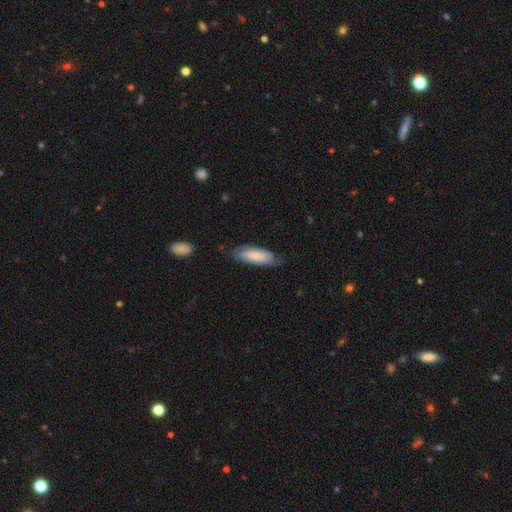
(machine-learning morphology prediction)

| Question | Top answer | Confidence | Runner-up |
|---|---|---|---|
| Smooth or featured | smooth | 68% | featured or disk (25%) |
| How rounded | in between | 65% | cigar-shaped (34%) |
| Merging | none | 69% | minor disturbance (24%) |